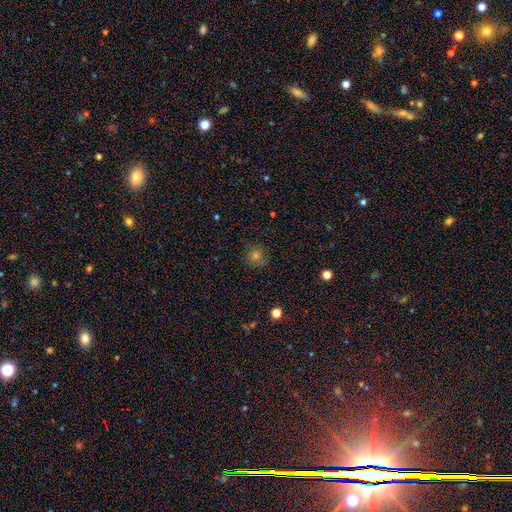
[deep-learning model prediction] Smooth or featured? smooth (65%)
How rounded? round (91%)
Merging? none (83%)